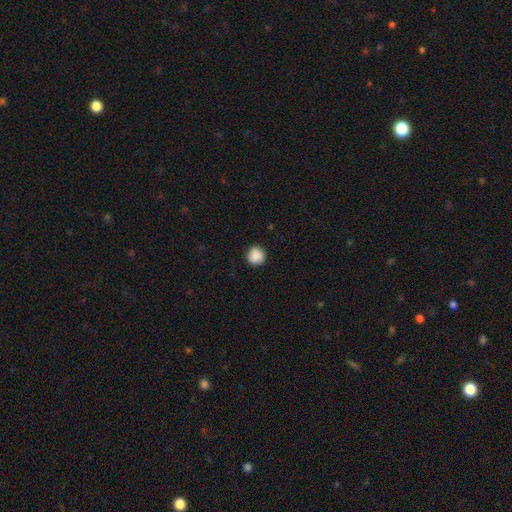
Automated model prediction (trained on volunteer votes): smooth_or_featured: smooth (p=0.89) [alt: star or artifact p=0.09]
how_rounded: round (p=0.93) [alt: in between p=0.07]
merging: none (p=0.89) [alt: minor disturbance p=0.08]